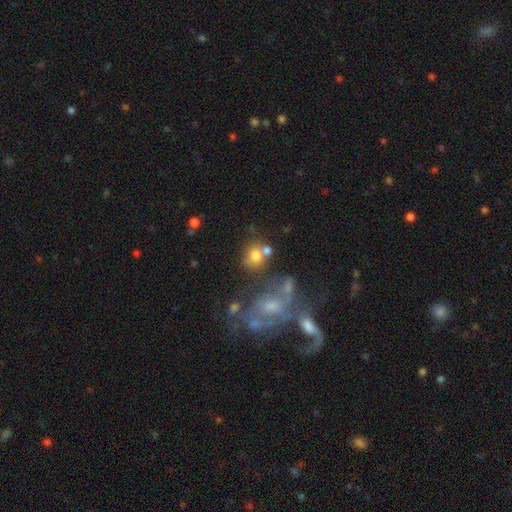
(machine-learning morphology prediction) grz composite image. It shows a smooth galaxy with no disk features (71%) that is round (72%). Merging: none (48%).